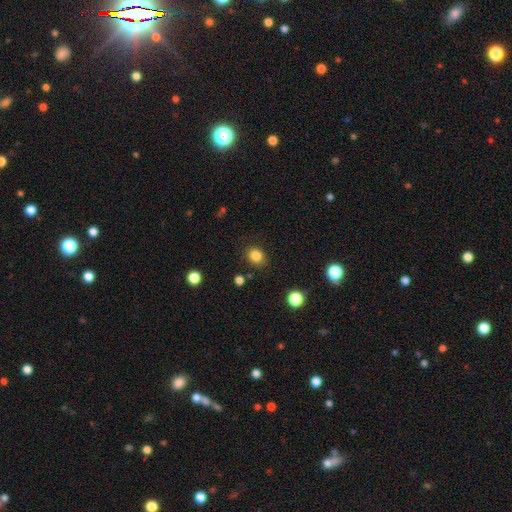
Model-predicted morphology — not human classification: A smooth galaxy with no disk features (84%) that is round (65%).

Vote fractions:
- Smooth or featured? smooth: 84% / star or artifact: 11% / featured or disk: 5%
- How rounded? round: 65% / in between: 34% / cigar-shaped: 1%
- Merging? none: 85% / minor disturbance: 10% / major disturbance: 3% / merger: 2%